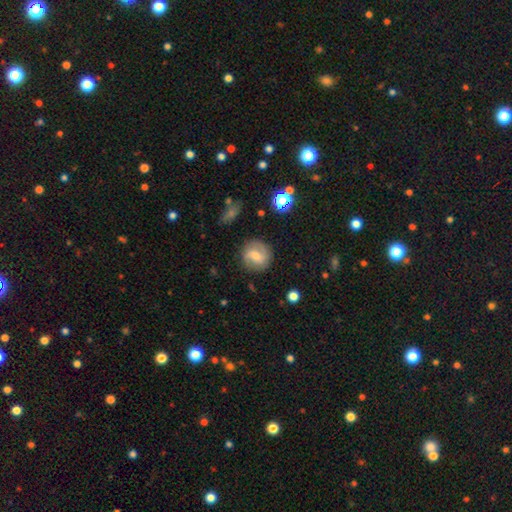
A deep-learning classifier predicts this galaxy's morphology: The model was most divided on "smooth or featured": featured or disk: 47%, smooth: 45%, star or artifact: 8%. More confident: merging — none (82%).